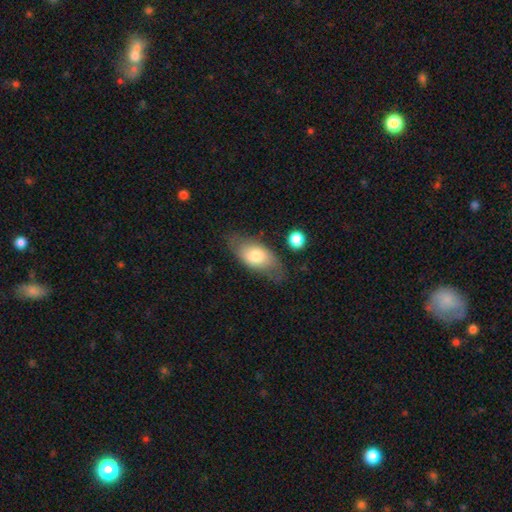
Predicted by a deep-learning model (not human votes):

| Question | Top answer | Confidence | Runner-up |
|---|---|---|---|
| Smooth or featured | smooth | 68% | featured or disk (26%) |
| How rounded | in between | 88% | cigar-shaped (7%) |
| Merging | none | 67% | minor disturbance (22%) |